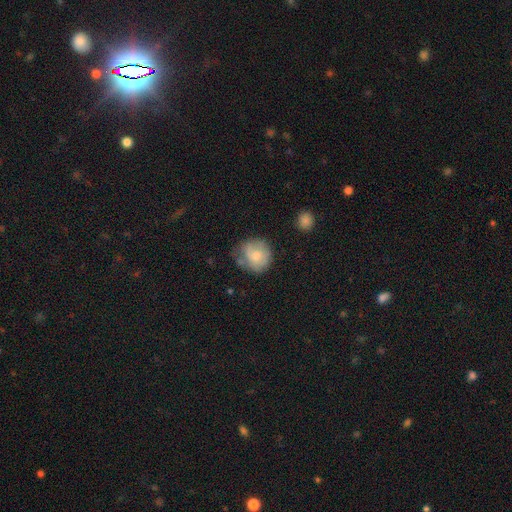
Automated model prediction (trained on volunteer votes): This appears to be a smooth galaxy with no disk features (64%) that is round (81%). Merging: none (55%).